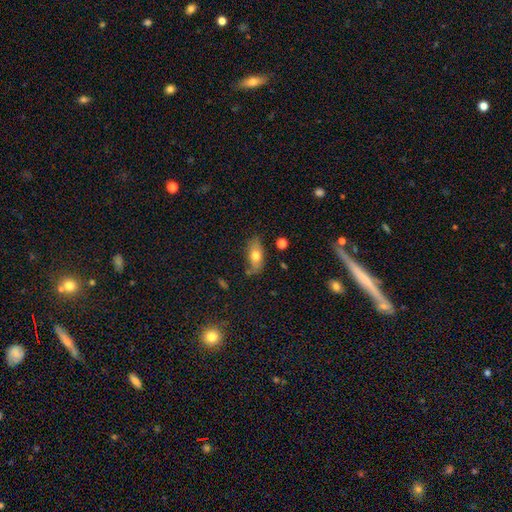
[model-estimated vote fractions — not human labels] This is likely a smooth galaxy (68%). How rounded: clearly in between (84%). Merging: likely none (69%).